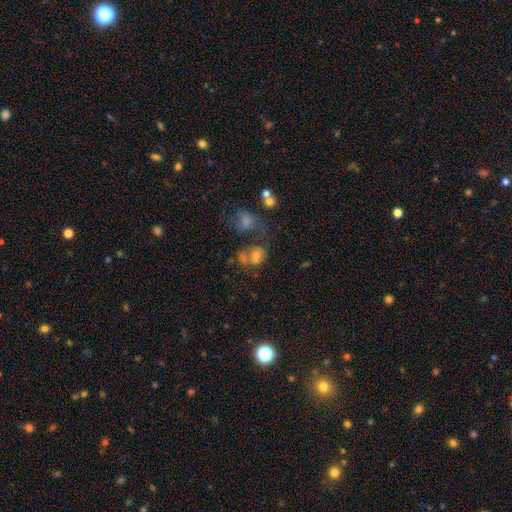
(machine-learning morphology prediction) smooth 48%, featured or disk 30%, star or artifact 22%. Down the decision tree: merging — merger (44%).